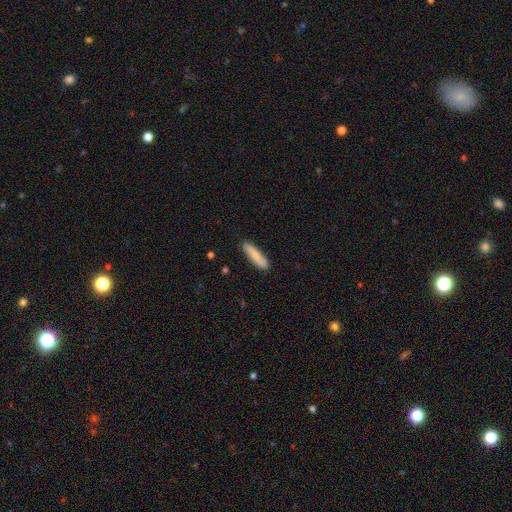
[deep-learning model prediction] A smooth galaxy with no disk features (80%) that is cigar-shaped (80%). Merging: none (87%).